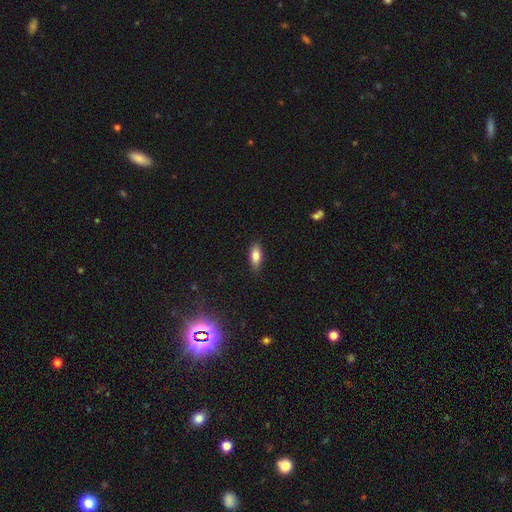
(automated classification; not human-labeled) Q: Smooth or featured?
A: smooth (80%); runner-up: featured or disk (12%)
Q: How rounded?
A: in between (82%); runner-up: cigar-shaped (15%)
Q: Merging?
A: none (84%); runner-up: minor disturbance (13%)